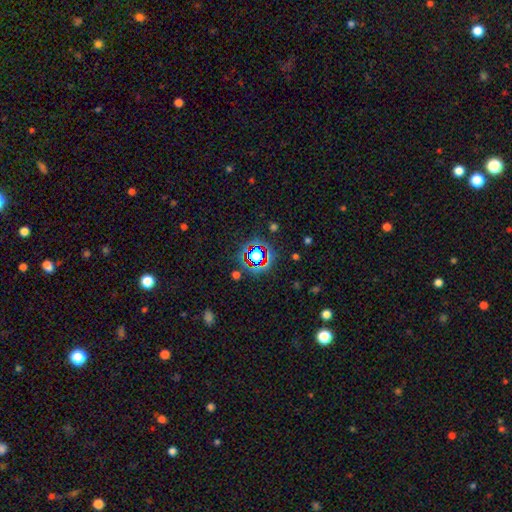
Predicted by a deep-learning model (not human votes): This is likely a star or artifact rather than a galaxy (64%).